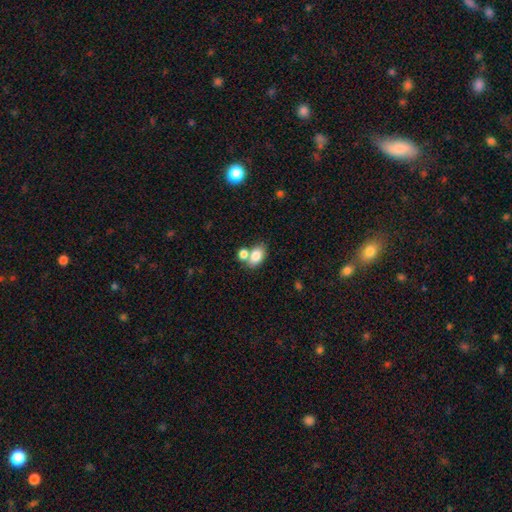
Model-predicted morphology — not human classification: A smooth galaxy with no disk features (81%) that is in between round and cigar-shaped (79%). Merging: none (48%).